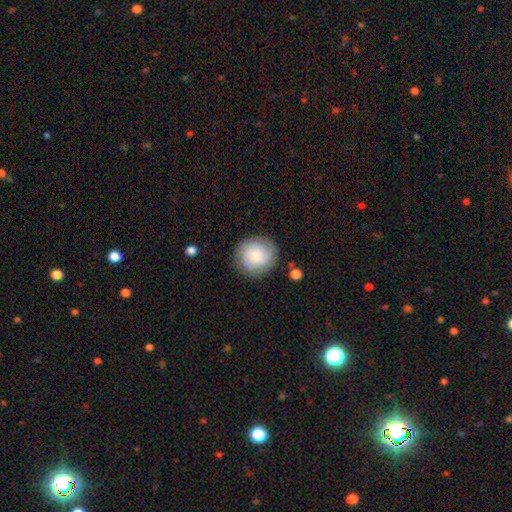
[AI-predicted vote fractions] A smooth galaxy with no disk features (63%) that is round (89%).

Vote fractions:
- Smooth or featured? smooth: 63% / featured or disk: 30% / star or artifact: 7%
- How rounded? round: 89% / in between: 10% / cigar-shaped: 1%
- Merging? none: 84% / minor disturbance: 11% / major disturbance: 4% / merger: 2%